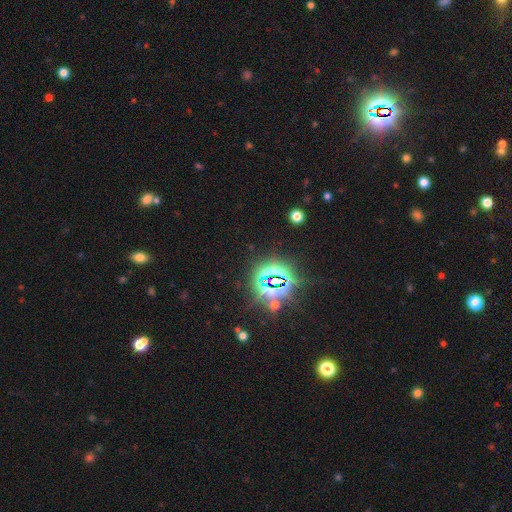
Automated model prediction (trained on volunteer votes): A star or artifact, not a galaxy (83%).

Vote fractions:
- Smooth or featured? star or artifact: 83% / smooth: 10% / featured or disk: 7%